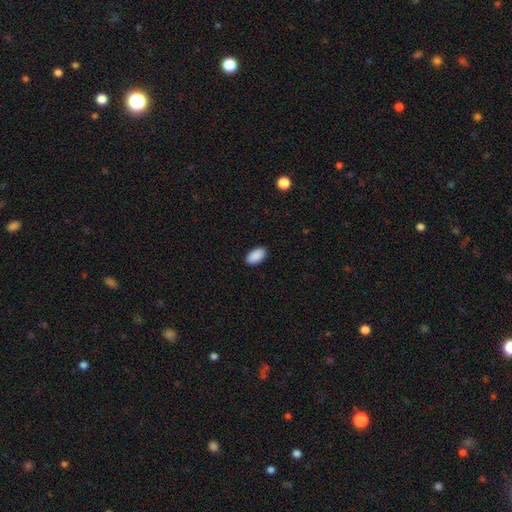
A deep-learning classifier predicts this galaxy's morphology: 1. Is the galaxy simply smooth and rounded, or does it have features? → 91% smooth, 6% star or artifact, 2% featured or disk.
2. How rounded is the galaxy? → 95% in between, 3% round, 2% cigar-shaped.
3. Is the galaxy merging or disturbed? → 90% none, 7% minor disturbance, 2% major disturbance, 1% merger.